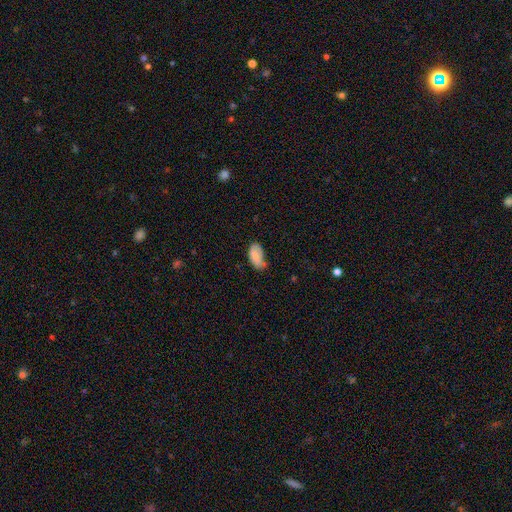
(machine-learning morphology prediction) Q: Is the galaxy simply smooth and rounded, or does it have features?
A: smooth — 80%.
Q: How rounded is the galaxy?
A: in between — 94%.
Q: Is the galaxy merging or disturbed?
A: none — 43%.